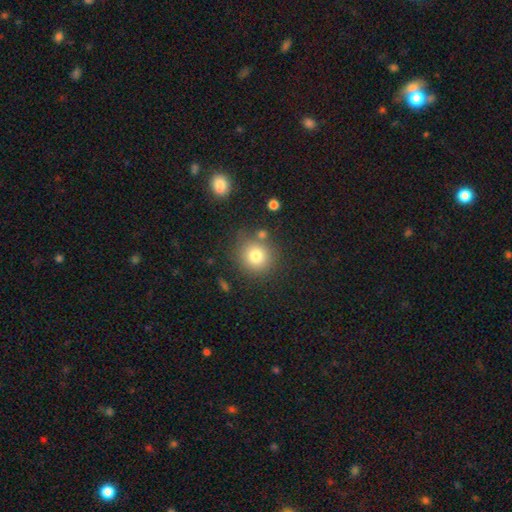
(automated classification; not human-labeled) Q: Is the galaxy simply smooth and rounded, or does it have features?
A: smooth — 78%.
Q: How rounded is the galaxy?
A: round — 90%.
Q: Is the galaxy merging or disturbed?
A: none — 76%.